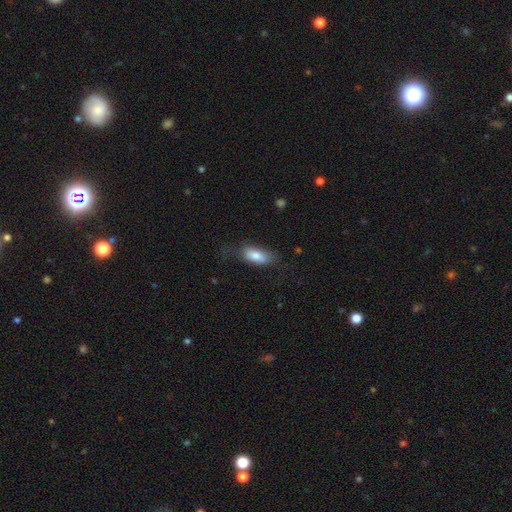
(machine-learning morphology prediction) Q: Smooth or featured?
A: smooth (77%); runner-up: featured or disk (16%)
Q: How rounded?
A: in between (83%); runner-up: cigar-shaped (14%)
Q: Merging?
A: none (57%); runner-up: minor disturbance (27%)